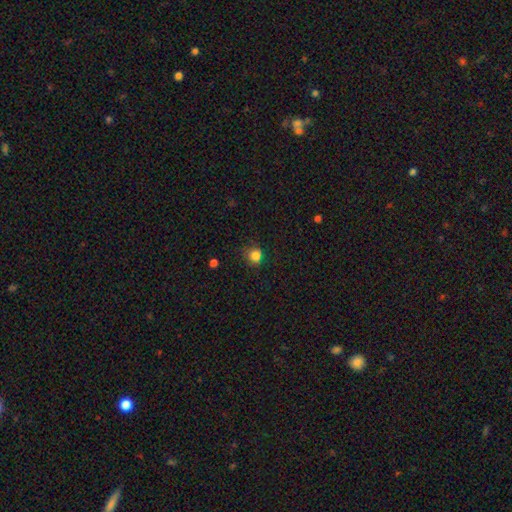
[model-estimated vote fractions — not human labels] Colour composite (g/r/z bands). It shows a smooth galaxy with no disk features (83%) that is round (84%). Merging: none (74%).